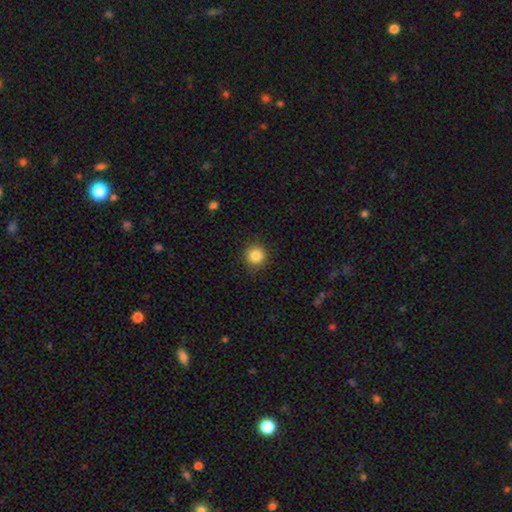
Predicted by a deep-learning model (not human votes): This appears to be a smooth galaxy with no disk features (85%) that is round (92%). Merging: none (88%).